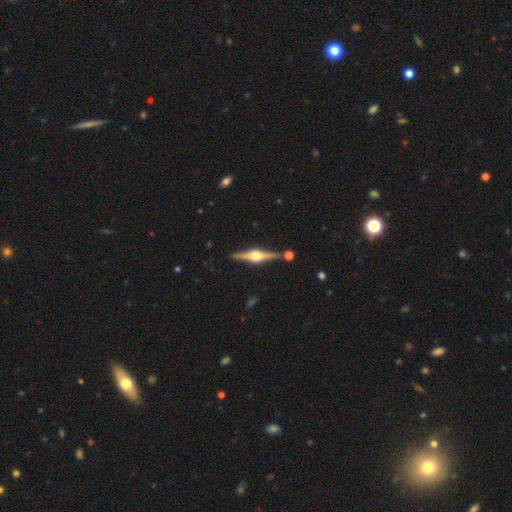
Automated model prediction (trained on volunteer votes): A featured or disk galaxy (87%) viewed edge-on (98%) with a rounded central bulge (94%). Merging: none (87%).